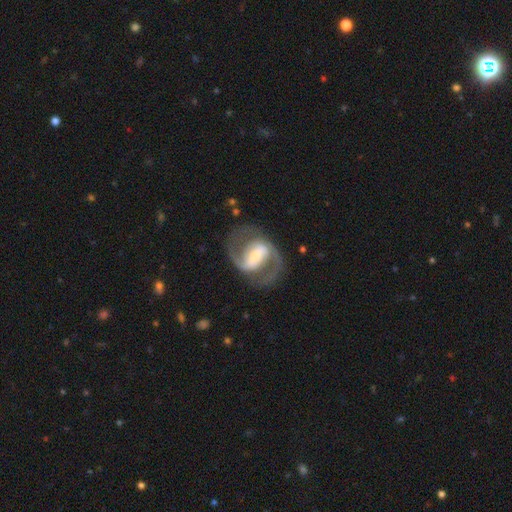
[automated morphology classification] The model was most divided on "bulge size": small: 40%, moderate: 35%, large: 16%, none: 6%, dominant: 3%. More confident: edge-on disk — no (97%); spiral arms — yes (94%); spiral arm count — 2 (92%); smooth or featured — featured or disk (87%); merging — none (75%); spiral winding — medium (58%); bar — strong (57%).